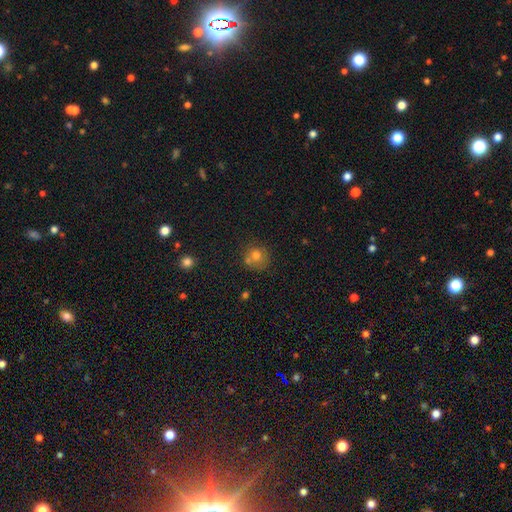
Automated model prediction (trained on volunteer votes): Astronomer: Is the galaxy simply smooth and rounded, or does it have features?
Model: smooth — 71%.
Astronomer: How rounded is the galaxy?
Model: round — 85%.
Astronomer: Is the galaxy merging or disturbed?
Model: none — 54% (runner-up: merger, 29%).